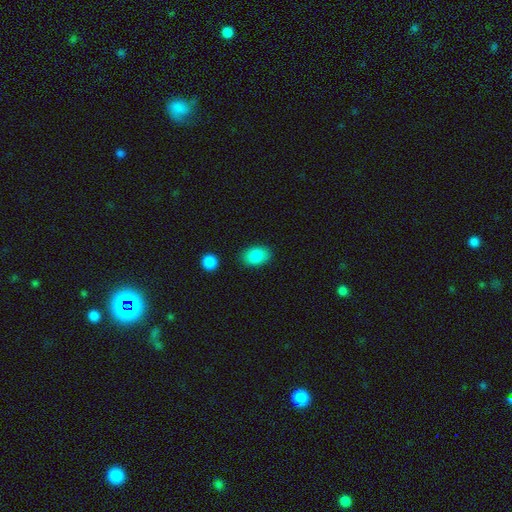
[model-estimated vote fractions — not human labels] Smooth or featured? smooth (86%)
How rounded? in between (83%)
Merging? none (84%)